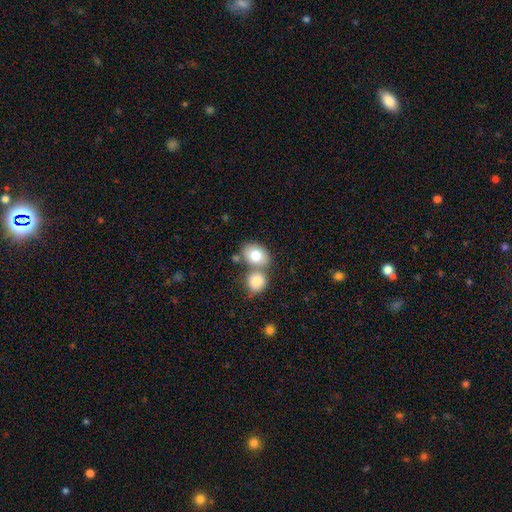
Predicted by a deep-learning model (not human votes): Q: Smooth or featured?
A: smooth (80%); runner-up: featured or disk (13%)
Q: How rounded?
A: in between (62%); runner-up: round (37%)
Q: Merging?
A: none (44%); runner-up: merger (43%)